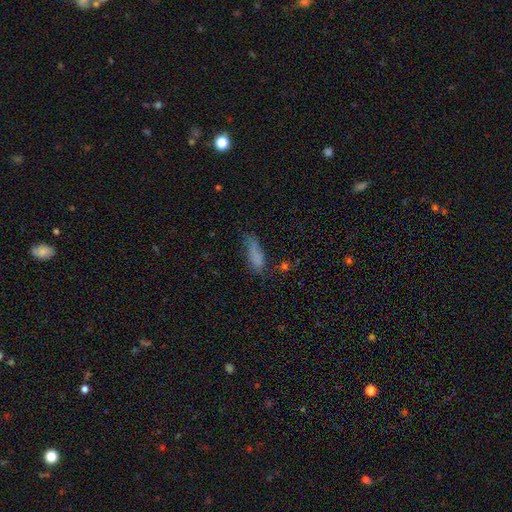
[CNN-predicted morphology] type=smooth (75%); roundness=in between (56%); merging=none (45%).